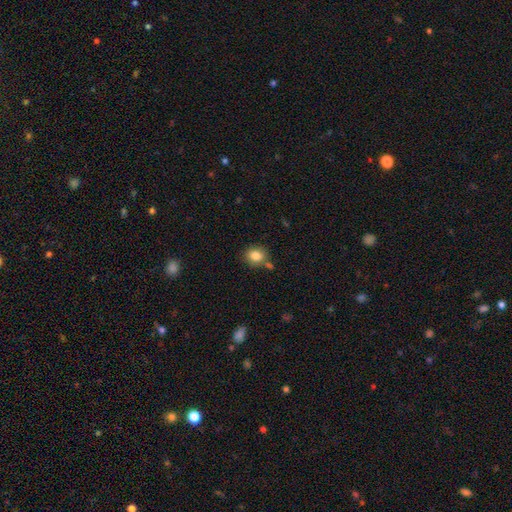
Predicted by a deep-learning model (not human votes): smooth 83%, star or artifact 10%, featured or disk 7%. Down the decision tree: how rounded — round (72%); merging — none (73%).